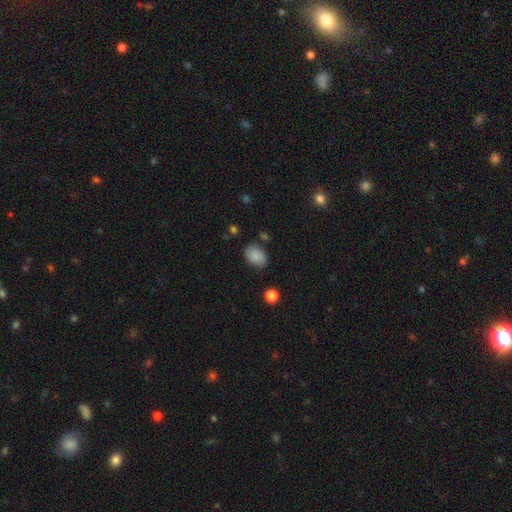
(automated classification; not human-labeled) smooth_or_featured: smooth (p=0.87) [alt: star or artifact p=0.08]
how_rounded: in between (p=0.81) [alt: round p=0.18]
merging: none (p=0.77) [alt: minor disturbance p=0.16]